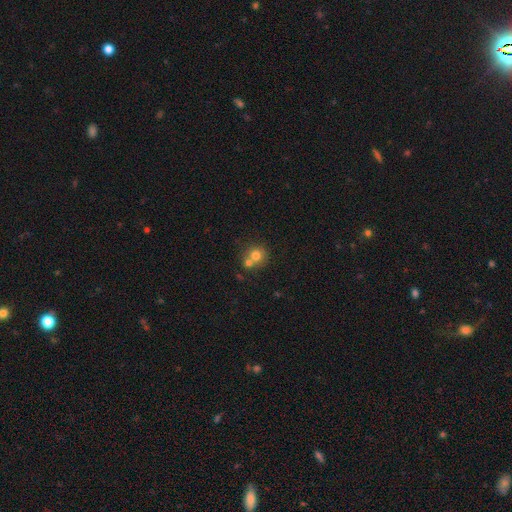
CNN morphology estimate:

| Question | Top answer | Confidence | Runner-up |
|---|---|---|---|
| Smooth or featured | smooth | 73% | featured or disk (15%) |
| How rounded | round | 86% | in between (13%) |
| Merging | none | 45% | tied: merger (45%) |